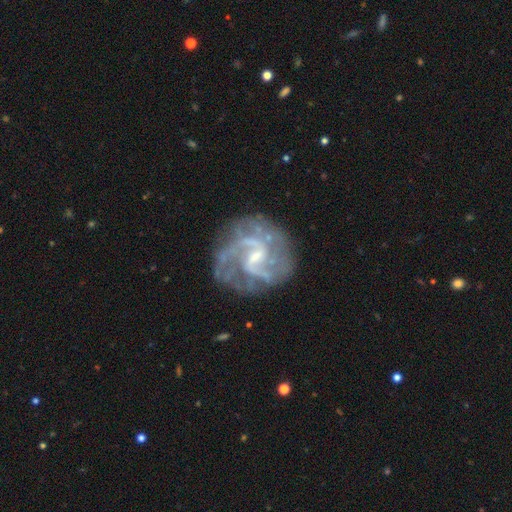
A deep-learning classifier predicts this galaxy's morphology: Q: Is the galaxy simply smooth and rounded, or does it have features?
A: featured or disk — 88%.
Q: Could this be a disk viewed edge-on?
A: no — 98%.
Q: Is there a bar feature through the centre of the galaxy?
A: weak — 61%.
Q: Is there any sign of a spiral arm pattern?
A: yes — 95%.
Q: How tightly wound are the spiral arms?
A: medium — 50%.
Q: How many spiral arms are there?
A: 2 — 55%.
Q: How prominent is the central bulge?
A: small — 57%.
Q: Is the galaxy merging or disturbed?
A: none — 69%.